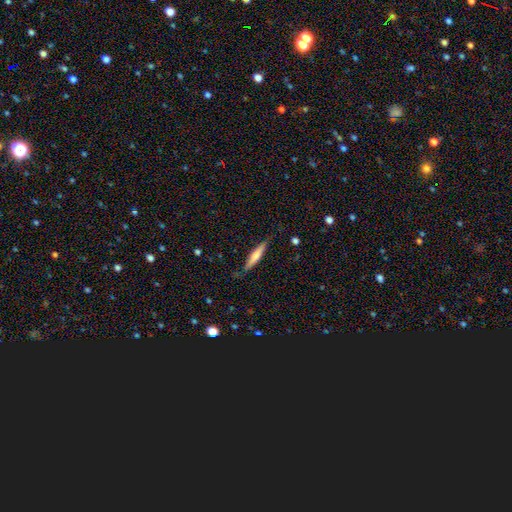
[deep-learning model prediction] A smooth galaxy with no disk features (57%) that is cigar-shaped (90%).

Vote fractions:
- Smooth or featured? smooth: 57% / featured or disk: 37% / star or artifact: 6%
- How rounded? cigar-shaped: 90% / in between: 9% / round: 1%
- Merging? none: 83% / minor disturbance: 13% / major disturbance: 2% / merger: 1%